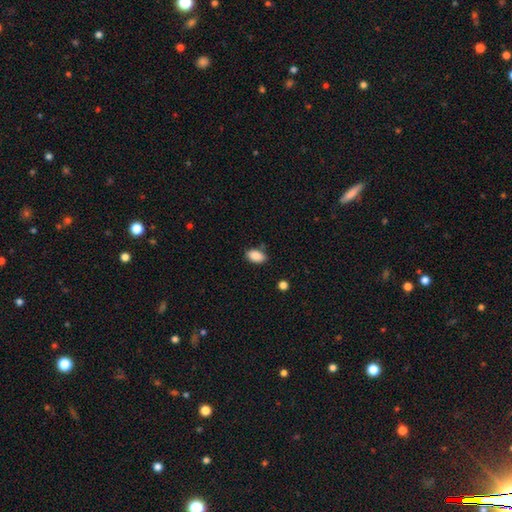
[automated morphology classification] A smooth galaxy with no disk features (89%) that is in between round and cigar-shaped (91%). Merging: none (80%).